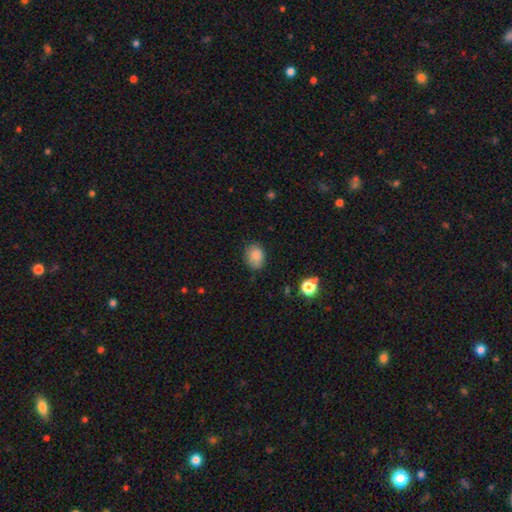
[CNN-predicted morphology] A smooth galaxy with no disk features (85%) that is in between round and cigar-shaped (56%).

Vote fractions:
- Smooth or featured? smooth: 85% / star or artifact: 10% / featured or disk: 6%
- How rounded? in between: 56% / round: 43% / cigar-shaped: 1%
- Merging? none: 73% / minor disturbance: 22% / major disturbance: 4% / merger: 1%